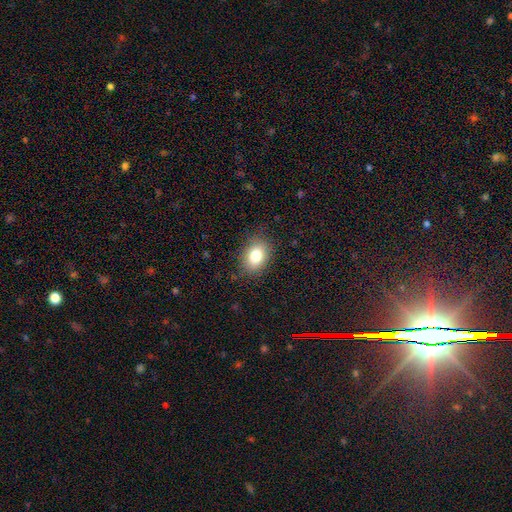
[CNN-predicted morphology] Smooth or featured: smooth — 80% (featured or disk — 10%)
How rounded: in between — 73% (round — 26%)
Merging: none — 84% (minor disturbance — 12%)